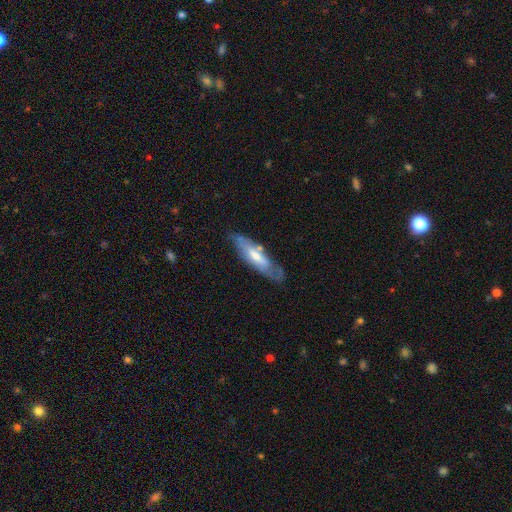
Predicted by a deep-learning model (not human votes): Smooth or featured? featured or disk (57%)
Edge-on disk? no (51%)
Merging? none (71%)